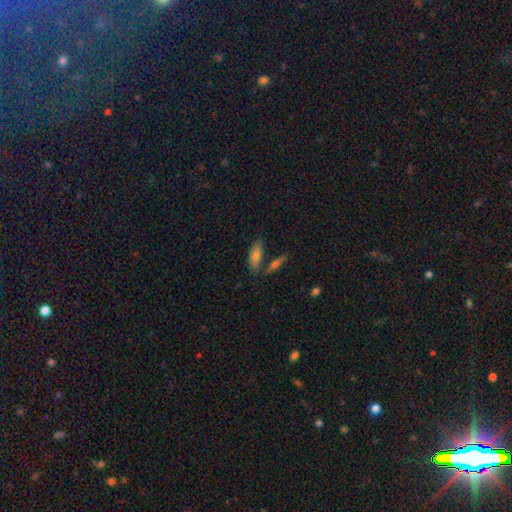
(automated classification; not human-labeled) A smooth galaxy with no disk features (72%) that is in between round and cigar-shaped (69%).

Vote fractions:
- Smooth or featured? smooth: 72% / featured or disk: 19% / star or artifact: 9%
- How rounded? in between: 69% / cigar-shaped: 28% / round: 3%
- Merging? none: 62% / merger: 21% / minor disturbance: 13% / major disturbance: 4%